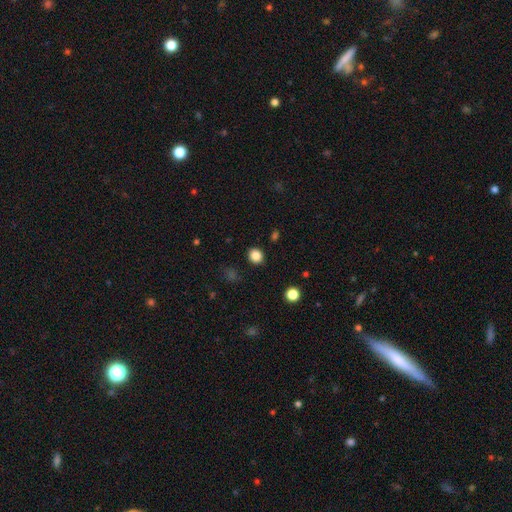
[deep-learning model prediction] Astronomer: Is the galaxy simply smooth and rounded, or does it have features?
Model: smooth — 85%.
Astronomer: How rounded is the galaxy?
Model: round — 81%.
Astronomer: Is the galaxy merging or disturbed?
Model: none — 90%.